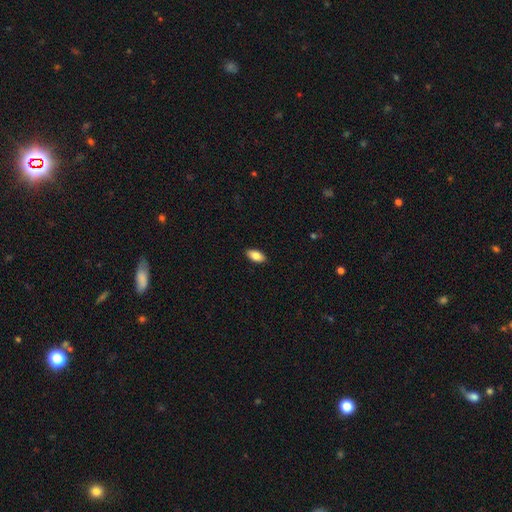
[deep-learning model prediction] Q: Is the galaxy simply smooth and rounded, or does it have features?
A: smooth — 83%.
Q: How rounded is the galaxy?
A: in between — 92%.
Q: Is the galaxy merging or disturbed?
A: none — 90%.